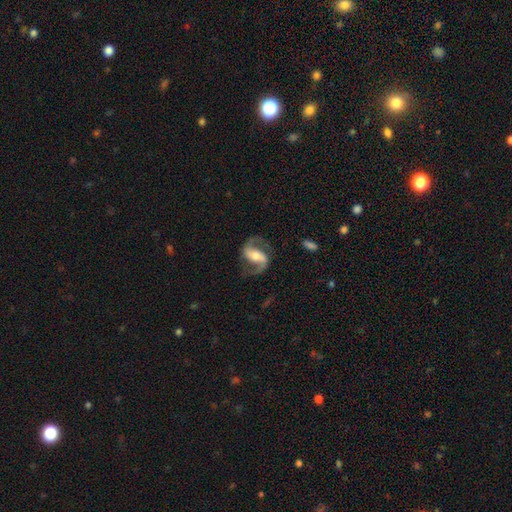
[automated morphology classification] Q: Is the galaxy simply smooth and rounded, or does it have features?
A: featured or disk — 90%.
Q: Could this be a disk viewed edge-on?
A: no — 97%.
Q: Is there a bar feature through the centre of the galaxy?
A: strong — 46%.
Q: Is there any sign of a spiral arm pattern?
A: yes — 97%.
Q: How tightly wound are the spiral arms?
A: medium — 51%.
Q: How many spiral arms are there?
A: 2 — 93%.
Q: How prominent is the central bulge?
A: moderate — 54%.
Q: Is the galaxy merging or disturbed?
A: none — 78%.